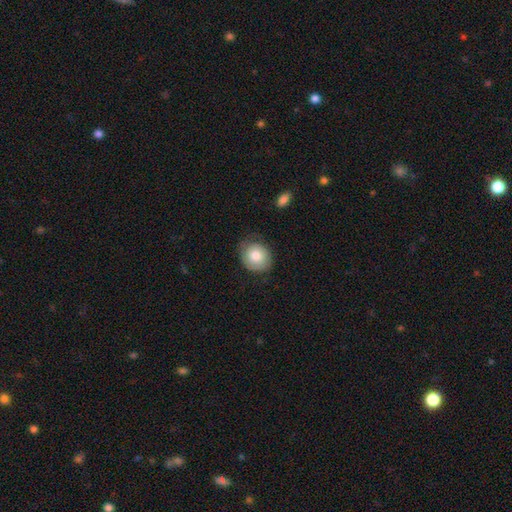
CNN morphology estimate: Smooth or featured? smooth (77%)
How rounded? round (70%)
Merging? none (66%)